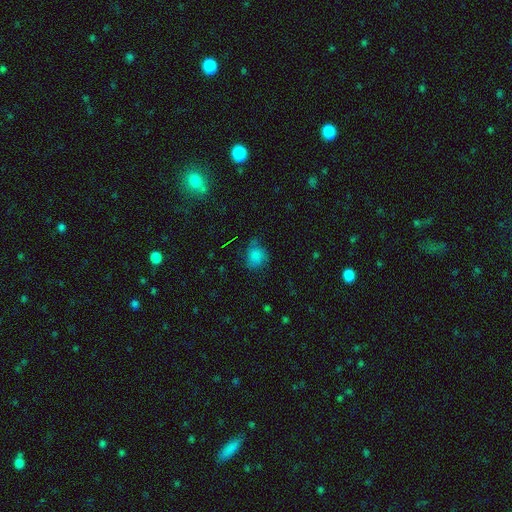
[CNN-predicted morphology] Smooth or featured? smooth (77%)
How rounded? round (68%)
Merging? none (56%)